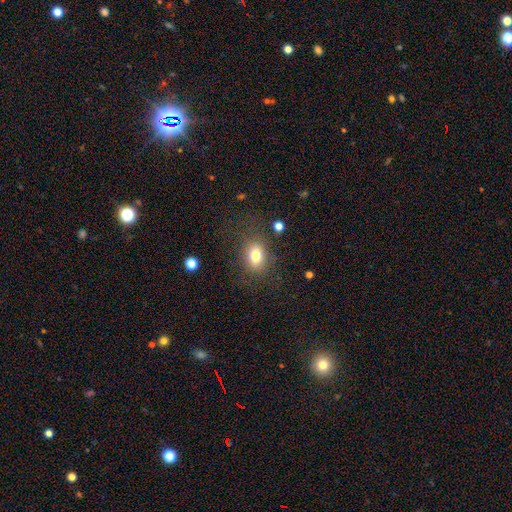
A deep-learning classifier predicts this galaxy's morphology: Smooth or featured: smooth — 77% (featured or disk — 12%)
How rounded: in between — 69% (round — 30%)
Merging: none — 76% (minor disturbance — 14%)